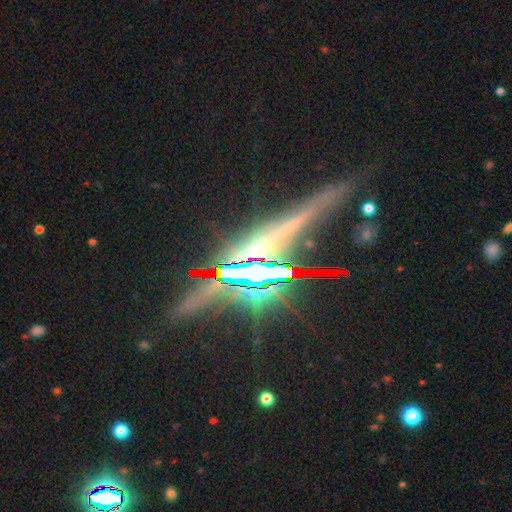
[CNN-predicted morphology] Smooth or featured?
  - star or artifact: 47% *
  - featured or disk: 43%
  - smooth: 10%